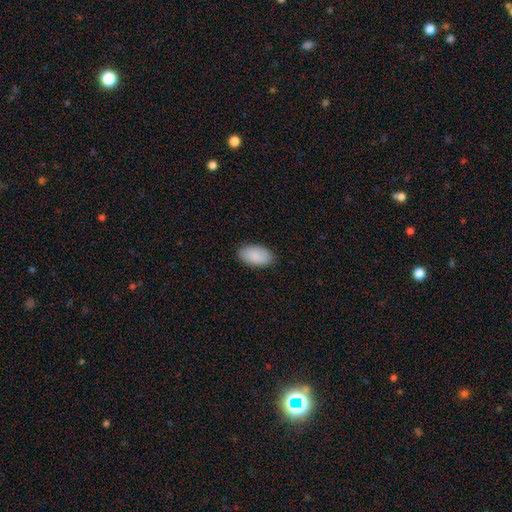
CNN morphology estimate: smooth_or_featured: smooth (p=0.90) [alt: star or artifact p=0.06]
how_rounded: in between (p=0.95) [alt: round p=0.03]
merging: none (p=0.87) [alt: minor disturbance p=0.10]